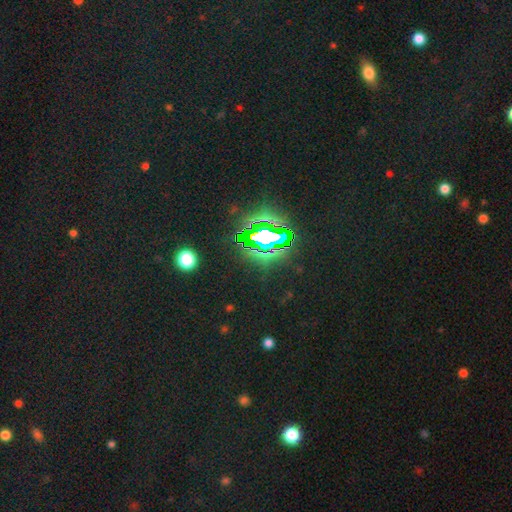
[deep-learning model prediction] The model was most divided on "smooth or featured": star or artifact: 78%, smooth: 12%, featured or disk: 10%.